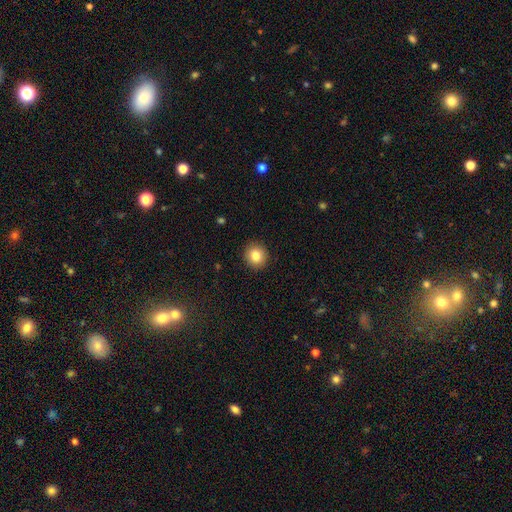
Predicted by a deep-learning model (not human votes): Smooth or featured?
  - smooth: 83% *
  - star or artifact: 10%
  - featured or disk: 7%
How rounded?
  - round: 90% *
  - in between: 9%
  - cigar-shaped: 1%
Merging?
  - none: 92% *
  - minor disturbance: 5%
  - major disturbance: 2%
  - merger: 1%